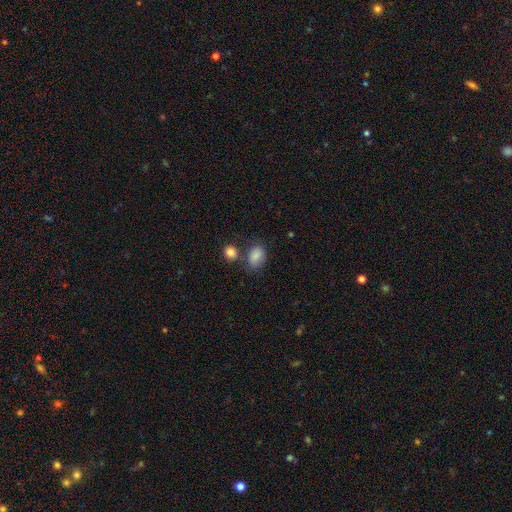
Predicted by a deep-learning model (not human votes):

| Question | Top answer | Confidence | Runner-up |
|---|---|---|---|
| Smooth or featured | smooth | 85% | star or artifact (9%) |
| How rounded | in between | 78% | round (21%) |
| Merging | none | 59% | minor disturbance (18%) |